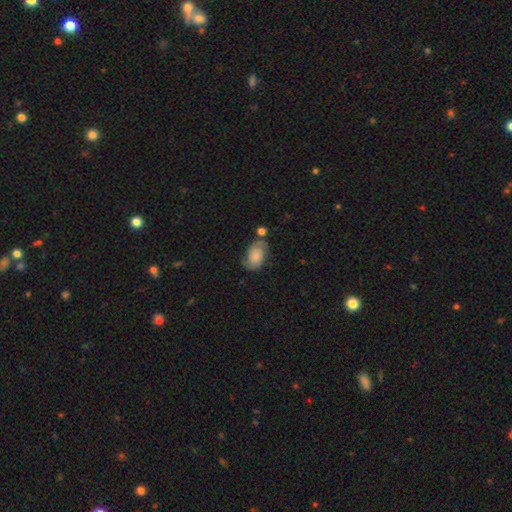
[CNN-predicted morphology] Q: Smooth or featured?
A: smooth (50%); runner-up: featured or disk (41%)
Q: Merging?
A: none (55%); runner-up: minor disturbance (25%)